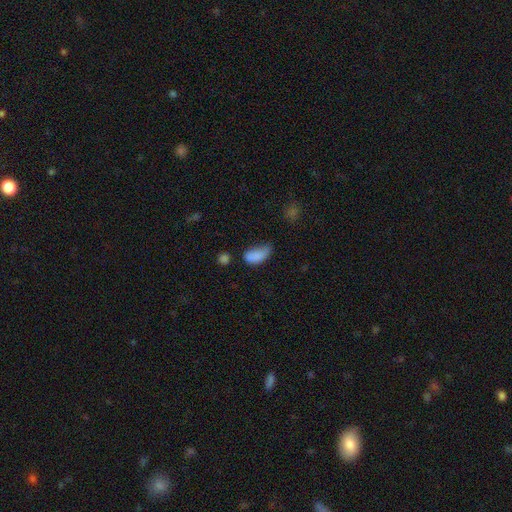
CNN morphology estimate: Smooth or featured?
  - smooth: 83% *
  - star or artifact: 9%
  - featured or disk: 8%
How rounded?
  - in between: 91% *
  - round: 5%
  - cigar-shaped: 4%
Merging?
  - minor disturbance: 40% *
  - none: 28%
  - major disturbance: 27%
  - merger: 5%